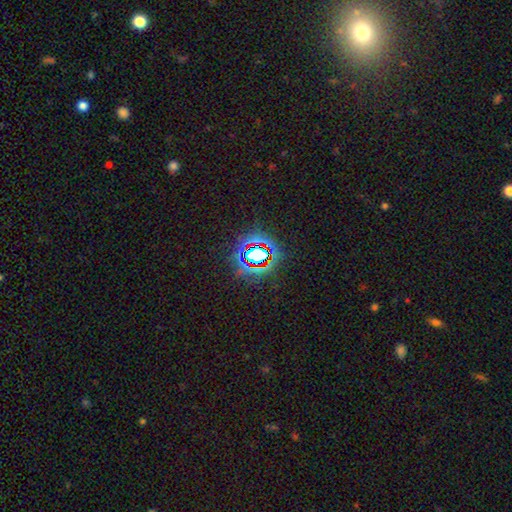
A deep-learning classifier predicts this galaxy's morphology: Q: Smooth or featured?
A: star or artifact (71%); runner-up: smooth (18%)